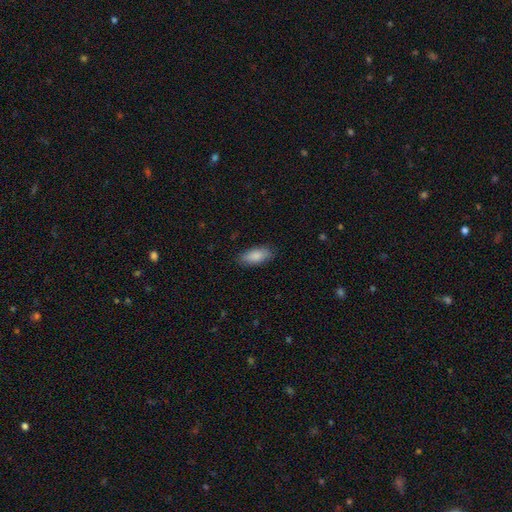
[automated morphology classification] smooth 86%, featured or disk 7%, star or artifact 6%. Down the decision tree: how rounded — in between (84%); merging — none (84%).